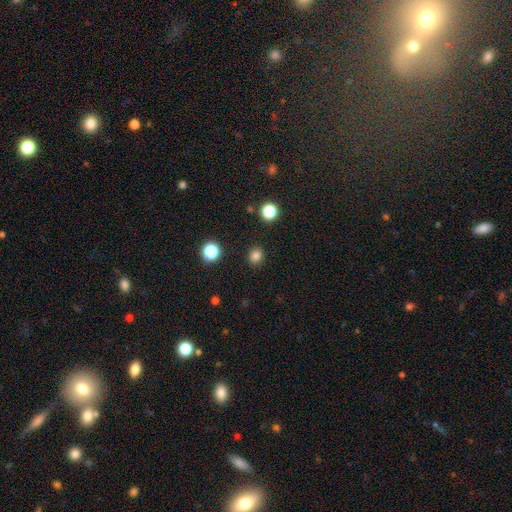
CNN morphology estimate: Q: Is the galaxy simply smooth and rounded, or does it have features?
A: smooth — 82%.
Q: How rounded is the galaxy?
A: round — 78%.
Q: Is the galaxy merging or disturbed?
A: none — 89%.